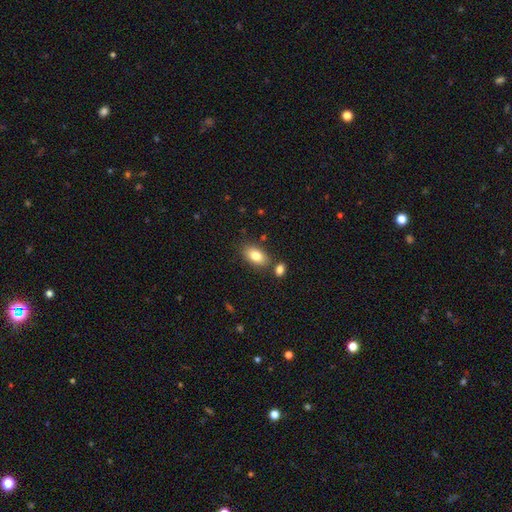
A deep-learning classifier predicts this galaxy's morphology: Smooth or featured? smooth (82%)
How rounded? in between (91%)
Merging? none (75%)